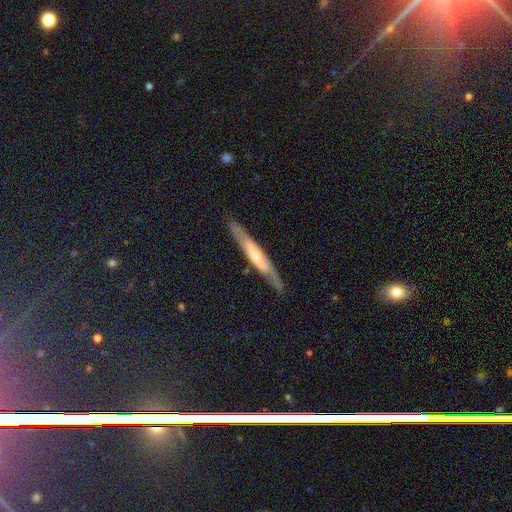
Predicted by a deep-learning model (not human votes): Smooth or featured?
  - featured or disk: 59% *
  - smooth: 35%
  - star or artifact: 6%
Edge-on disk?
  - yes: 76% *
  - no: 24%
Merging?
  - none: 81% *
  - minor disturbance: 14%
  - major disturbance: 3%
  - merger: 1%